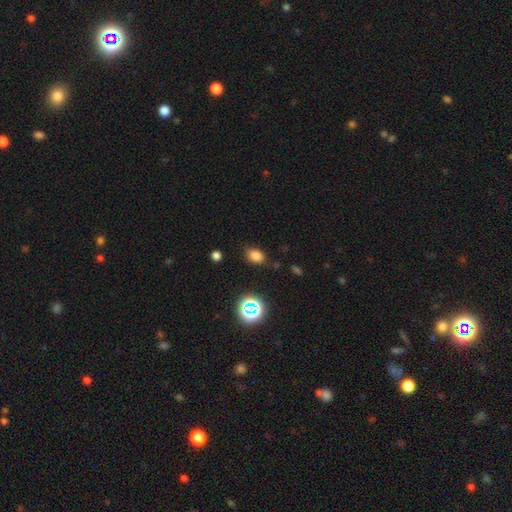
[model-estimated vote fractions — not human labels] Smooth or featured? smooth (77%)
How rounded? in between (73%)
Merging? none (78%)